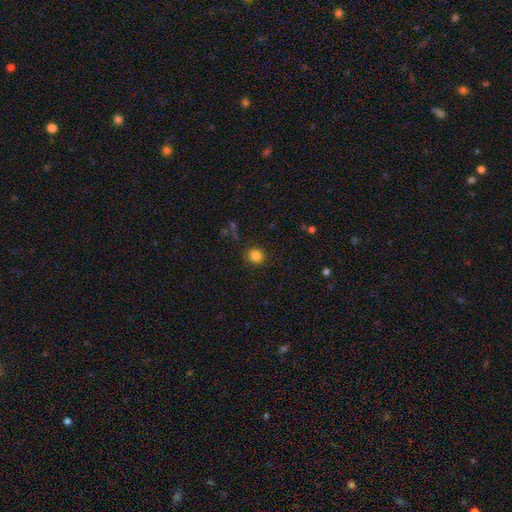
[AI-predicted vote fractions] Smooth or featured?
  - smooth: 83% *
  - star or artifact: 12%
  - featured or disk: 5%
How rounded?
  - round: 89% *
  - in between: 10%
  - cigar-shaped: 1%
Merging?
  - none: 89% *
  - minor disturbance: 8%
  - major disturbance: 3%
  - merger: 1%